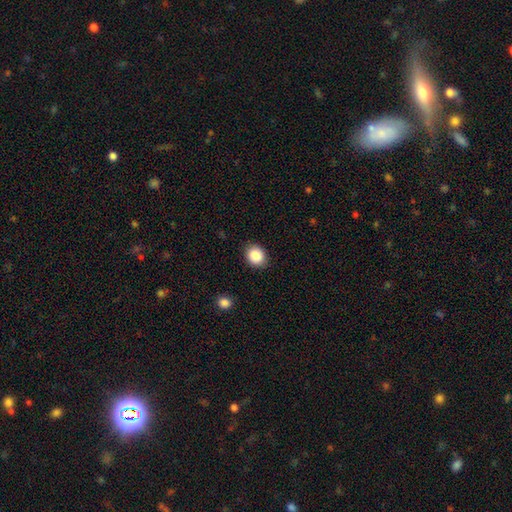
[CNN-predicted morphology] Smooth or featured? Predicted: smooth (p=0.89). How rounded? Predicted: round (p=0.63). Merging? Predicted: none (p=0.87).